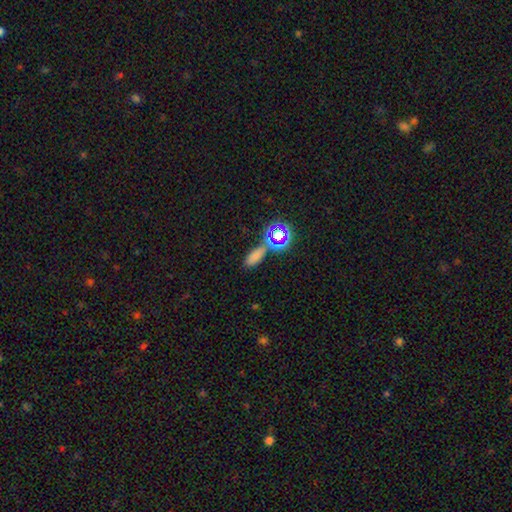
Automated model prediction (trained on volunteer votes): smooth-or-featured: smooth: 67% | star or artifact: 26% | featured or disk: 7%
  how-rounded: in between: 73% | cigar-shaped: 19% | round: 8%
  merging: none: 68% | merger: 14% | minor disturbance: 13% | major disturbance: 5%